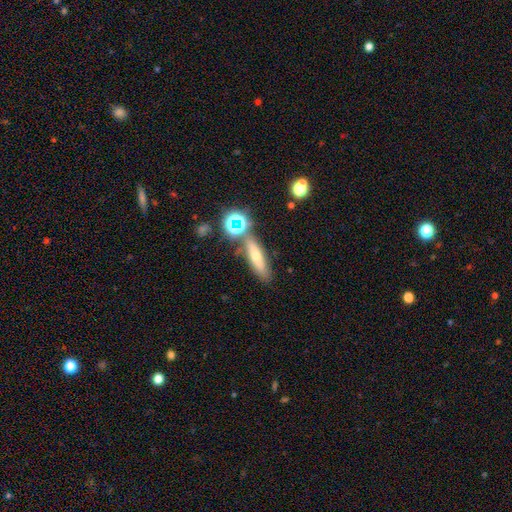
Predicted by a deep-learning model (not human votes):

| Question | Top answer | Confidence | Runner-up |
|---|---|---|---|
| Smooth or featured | smooth | 48% | featured or disk (30%) |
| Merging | none | 71% | minor disturbance (13%) |